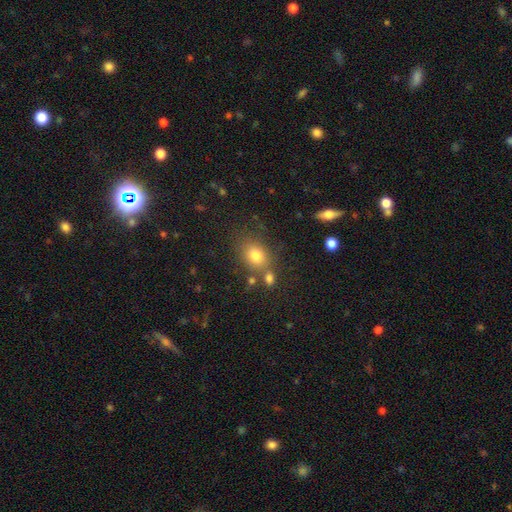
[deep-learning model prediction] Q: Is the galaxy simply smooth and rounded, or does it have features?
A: smooth — 78%.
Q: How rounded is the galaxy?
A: in between — 54%.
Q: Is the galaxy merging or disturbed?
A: none — 67%.